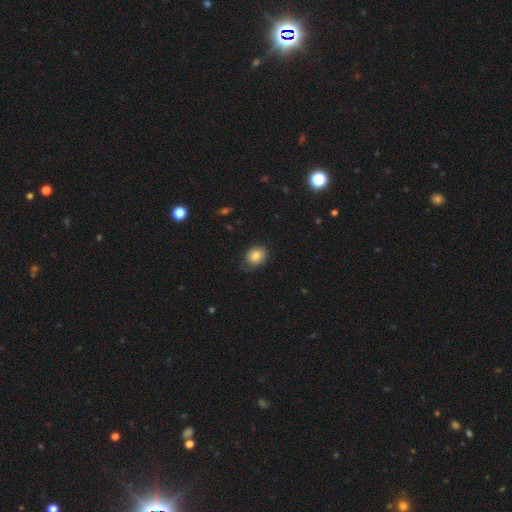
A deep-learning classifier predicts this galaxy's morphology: Smooth or featured? smooth (81%)
How rounded? round (55%)
Merging? none (68%)